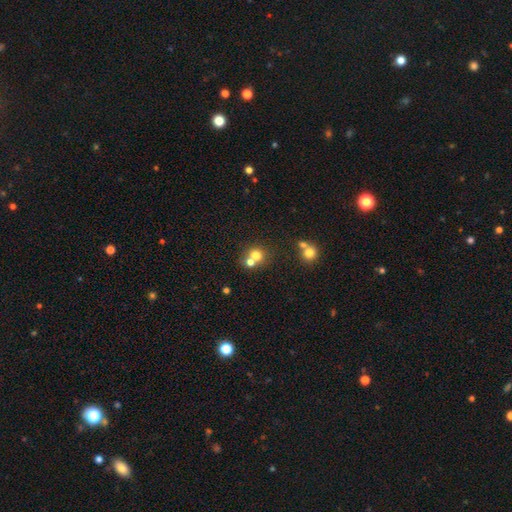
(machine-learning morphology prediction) Smooth or featured? Predicted: smooth (p=0.71). How rounded? Predicted: round (p=0.82). Merging? Predicted: none (p=0.47).